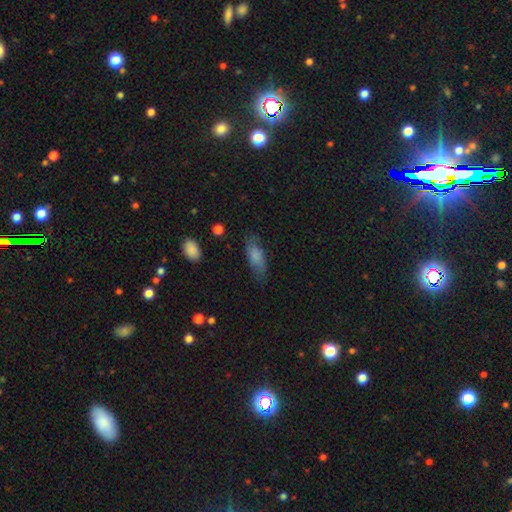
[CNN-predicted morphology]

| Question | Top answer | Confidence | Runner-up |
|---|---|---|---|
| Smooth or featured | smooth | 75% | featured or disk (18%) |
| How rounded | in between | 73% | cigar-shaped (24%) |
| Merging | none | 69% | minor disturbance (22%) |